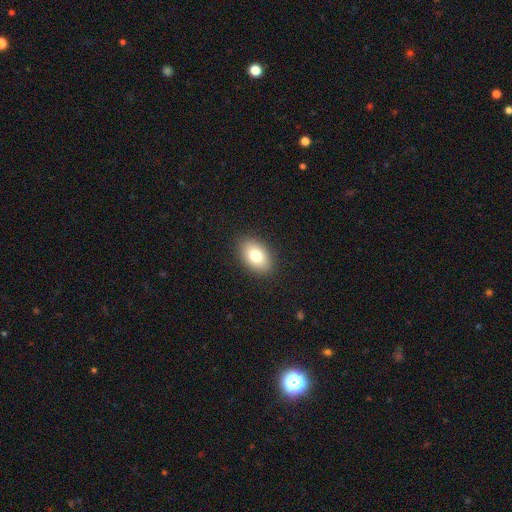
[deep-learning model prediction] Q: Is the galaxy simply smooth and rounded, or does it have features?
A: smooth — 79%.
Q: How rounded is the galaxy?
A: in between — 88%.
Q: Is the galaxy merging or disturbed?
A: none — 89%.